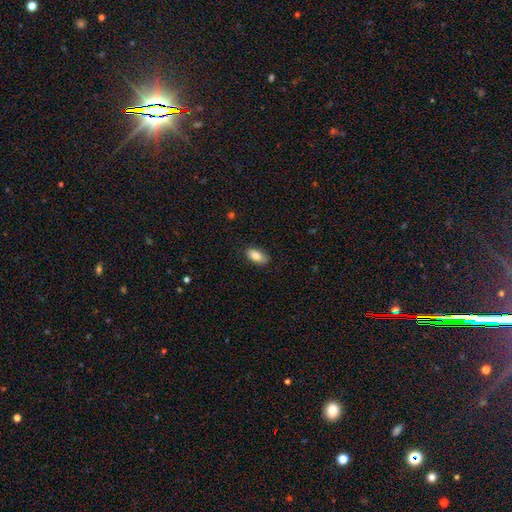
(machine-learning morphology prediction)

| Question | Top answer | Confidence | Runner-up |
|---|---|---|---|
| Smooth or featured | smooth | 82% | featured or disk (11%) |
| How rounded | in between | 91% | cigar-shaped (6%) |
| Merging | none | 82% | minor disturbance (14%) |